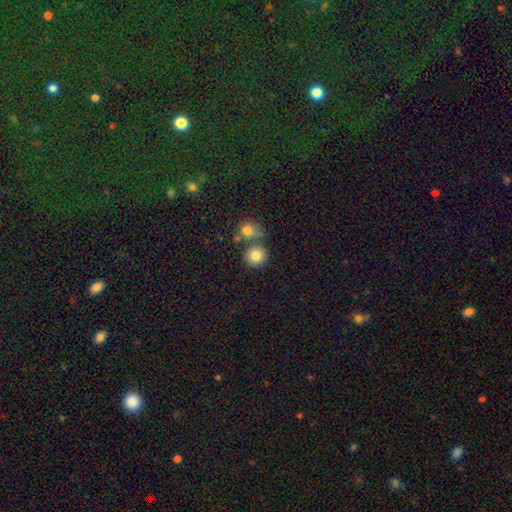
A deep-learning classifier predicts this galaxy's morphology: A smooth galaxy with no disk features (81%) that is round (88%).

Vote fractions:
- Smooth or featured? smooth: 81% / star or artifact: 10% / featured or disk: 9%
- How rounded? round: 88% / in between: 11% / cigar-shaped: 1%
- Merging? none: 61% / merger: 27% / minor disturbance: 9% / major disturbance: 3%